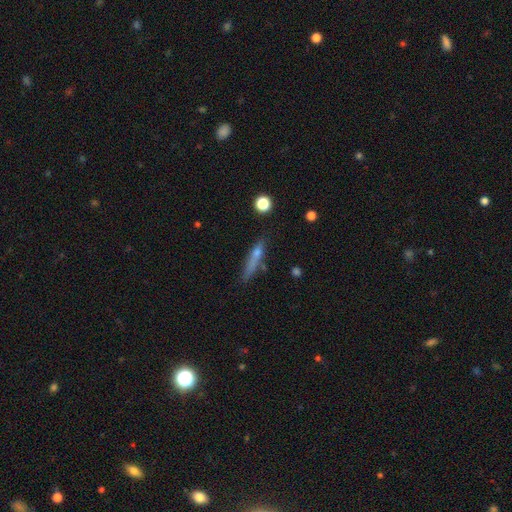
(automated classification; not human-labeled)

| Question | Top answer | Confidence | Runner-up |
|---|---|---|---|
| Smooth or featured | smooth | 57% | featured or disk (33%) |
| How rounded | cigar-shaped | 85% | in between (11%) |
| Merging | none | 68% | minor disturbance (19%) |